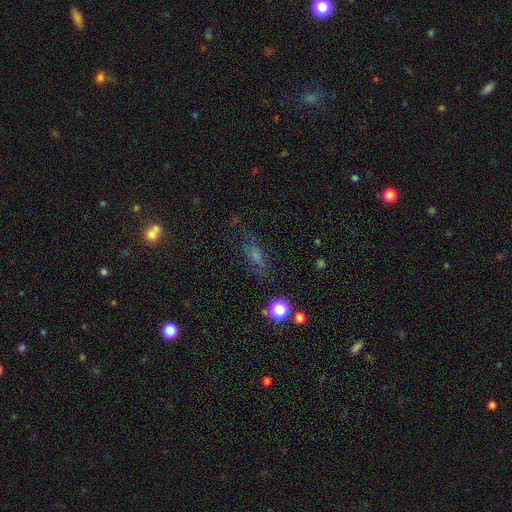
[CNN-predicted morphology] A smooth galaxy with no disk features (53%) that is in between round and cigar-shaped (61%).

Vote fractions:
- Smooth or featured? smooth: 53% / star or artifact: 25% / featured or disk: 22%
- How rounded? in between: 61% / cigar-shaped: 26% / round: 12%
- Merging? none: 67% / minor disturbance: 19% / major disturbance: 11% / merger: 3%